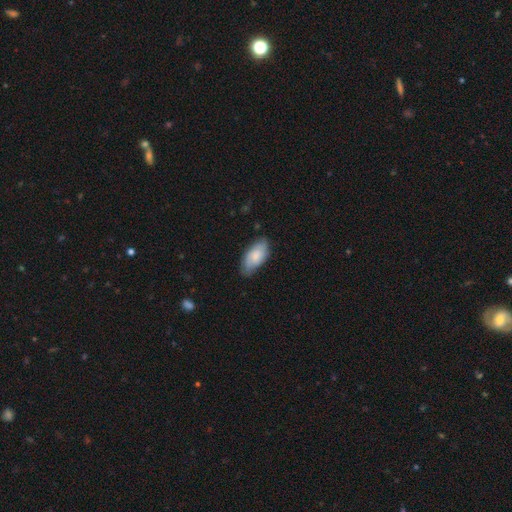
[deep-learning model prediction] Overall: smooth (66%; featured or disk 28%). How rounded: in between (93%). Merging: none (71%).